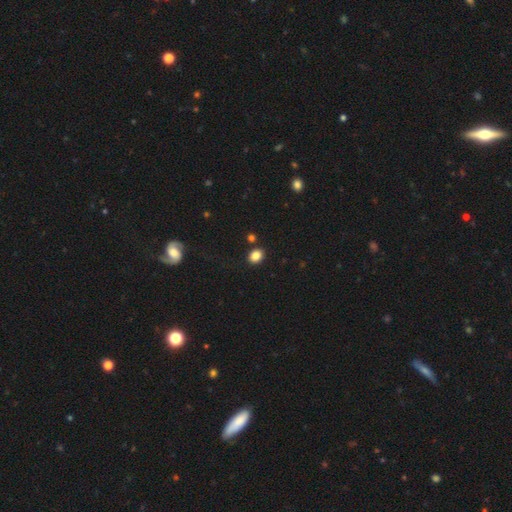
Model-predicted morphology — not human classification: Overall: smooth (85%). How rounded: in between (52%; round 47%). Merging: none (85%).